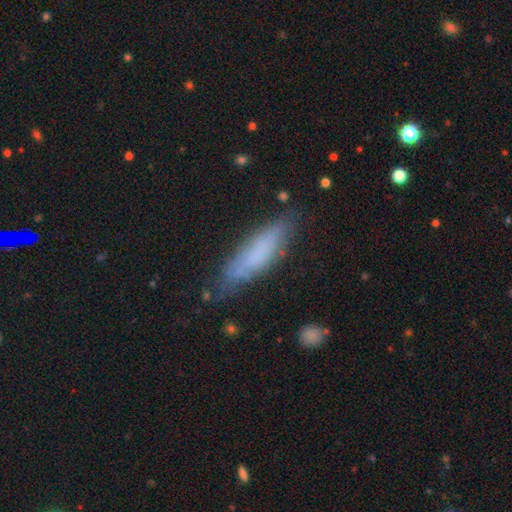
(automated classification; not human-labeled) smooth 69%, featured or disk 24%, star or artifact 8%. Down the decision tree: how rounded — cigar-shaped (67%); merging — none (71%).